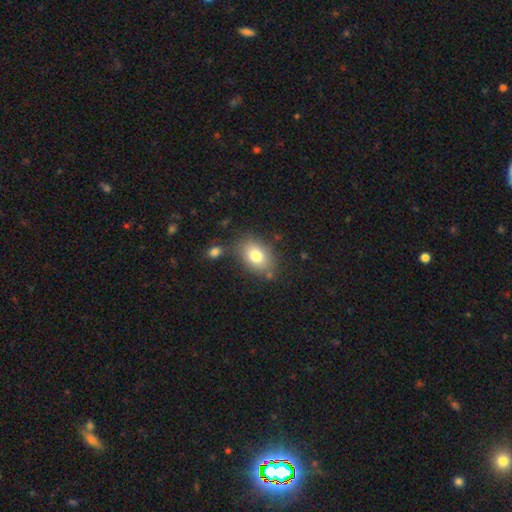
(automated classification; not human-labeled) The model was most divided on "how rounded": in between: 78%, round: 21%, cigar-shaped: 1%. More confident: smooth or featured — smooth (78%); merging — none (75%).